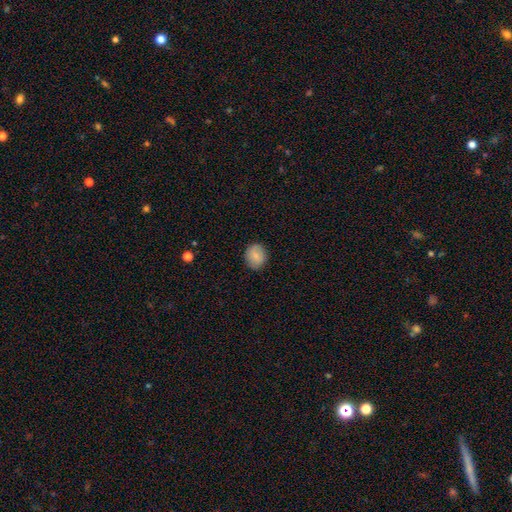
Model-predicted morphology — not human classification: A smooth galaxy with no disk features (81%) that is round (64%).

Vote fractions:
- Smooth or featured? smooth: 81% / featured or disk: 11% / star or artifact: 8%
- How rounded? round: 64% / in between: 35% / cigar-shaped: 1%
- Merging? none: 85% / minor disturbance: 11% / major disturbance: 2% / merger: 1%